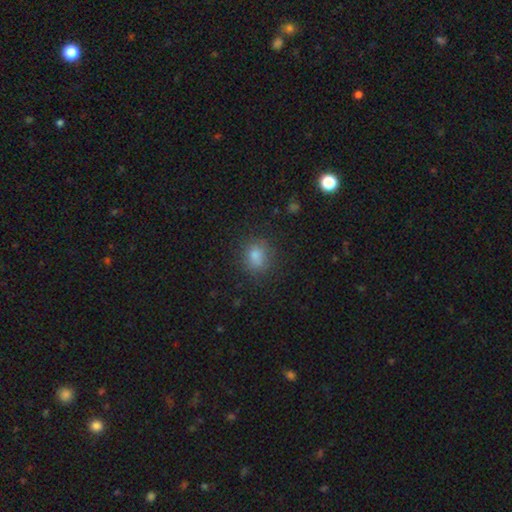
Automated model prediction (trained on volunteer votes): A smooth galaxy with no disk features (79%) that is round (70%).

Vote fractions:
- Smooth or featured? smooth: 79% / star or artifact: 15% / featured or disk: 6%
- How rounded? round: 70% / in between: 29% / cigar-shaped: 1%
- Merging? none: 83% / minor disturbance: 12% / major disturbance: 4% / merger: 1%